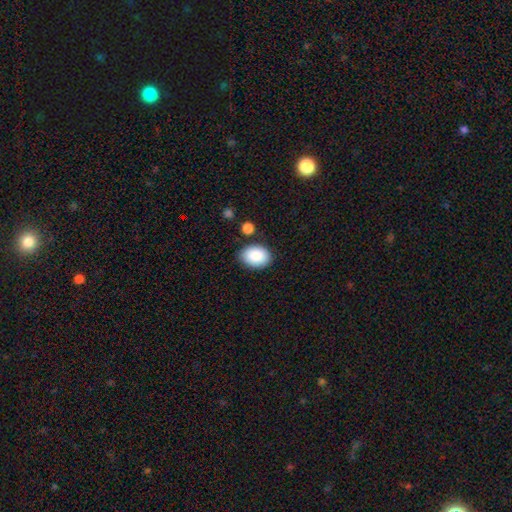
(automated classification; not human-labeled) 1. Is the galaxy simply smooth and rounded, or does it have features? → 89% smooth, 7% star or artifact, 4% featured or disk.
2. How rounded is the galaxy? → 78% in between, 21% round, 1% cigar-shaped.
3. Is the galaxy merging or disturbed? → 81% none, 12% minor disturbance, 4% merger, 3% major disturbance.